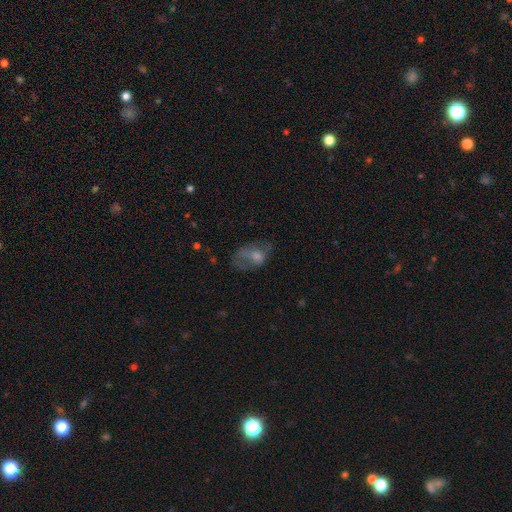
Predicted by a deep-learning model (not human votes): A smooth galaxy with no disk features (44%). Merging: none (38%).